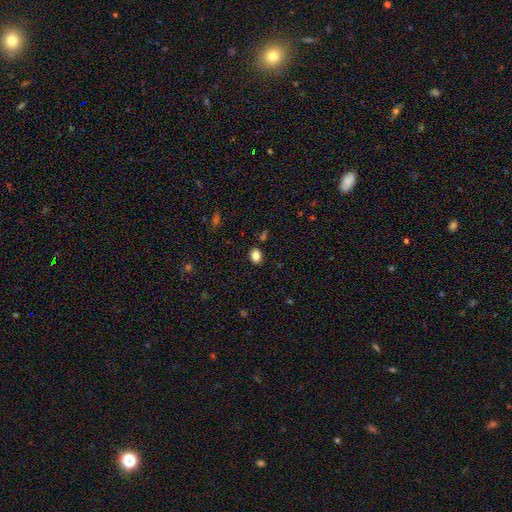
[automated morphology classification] A smooth galaxy with no disk features (83%) that is in between round and cigar-shaped (57%).

Vote fractions:
- Smooth or featured? smooth: 83% / star or artifact: 11% / featured or disk: 7%
- How rounded? in between: 57% / round: 42% / cigar-shaped: 1%
- Merging? none: 87% / minor disturbance: 9% / merger: 3% / major disturbance: 2%